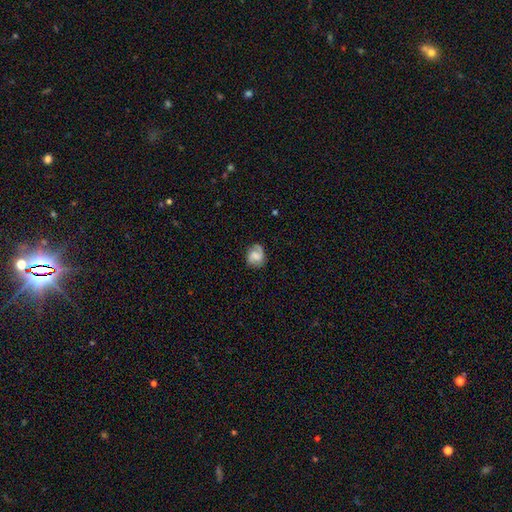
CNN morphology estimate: Smooth or featured? Predicted: smooth (p=0.48). Merging? Predicted: none (p=0.69).